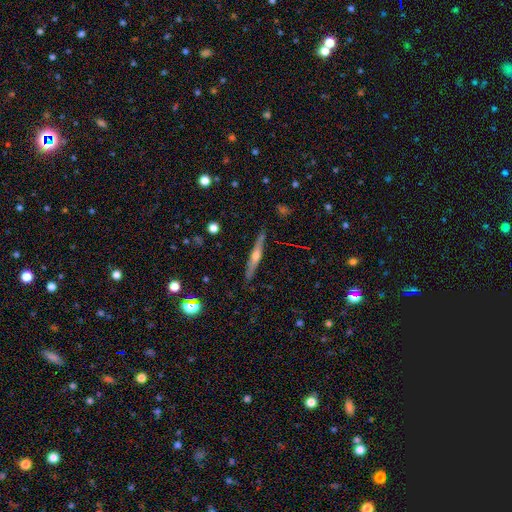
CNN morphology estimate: The model was most divided on "smooth or featured": featured or disk: 72%, smooth: 21%, star or artifact: 7%. More confident: edge-on disk — yes (97%); merging — none (89%); edge-on bulge — rounded (88%).